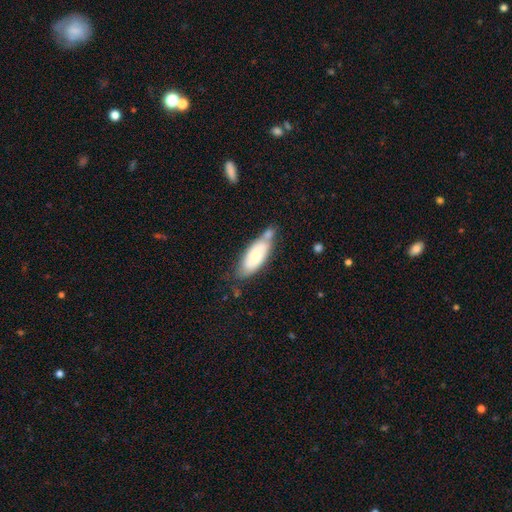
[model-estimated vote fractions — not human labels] smooth 64%, featured or disk 30%, star or artifact 6%. Down the decision tree: how rounded — in between (73%); merging — none (50%).